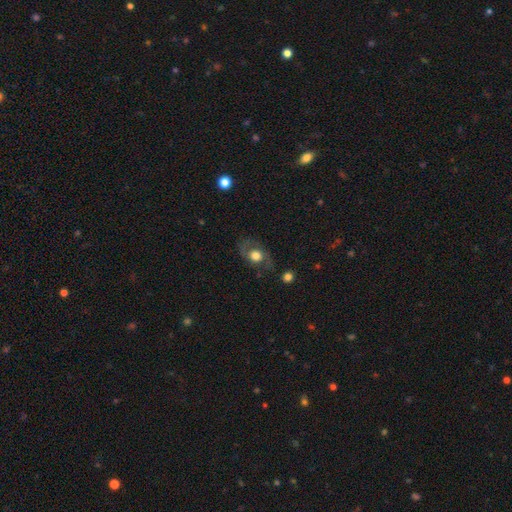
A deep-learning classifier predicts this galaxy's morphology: Smooth or featured?
  - smooth: 47% *
  - featured or disk: 44%
  - star or artifact: 9%
Merging?
  - none: 64% *
  - minor disturbance: 19%
  - major disturbance: 14%
  - merger: 3%